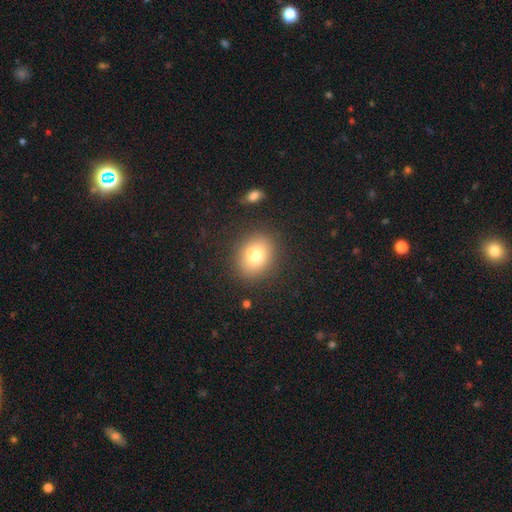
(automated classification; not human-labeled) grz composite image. It shows a smooth galaxy with no disk features (72%) that is round (60%). Merging: none (70%).